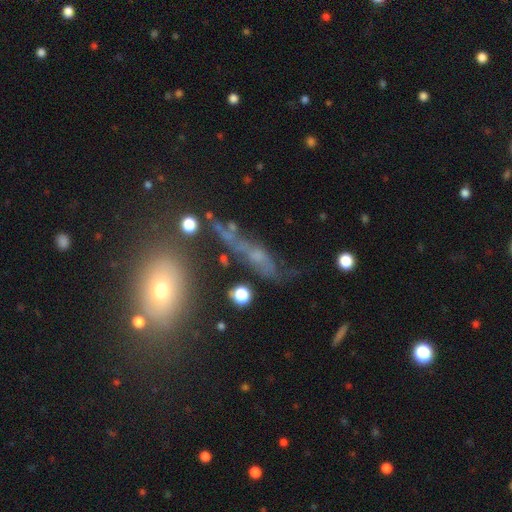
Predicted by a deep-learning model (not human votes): Overall: featured or disk (47%; smooth 32%). Merging: none (49%; minor disturbance 21%).